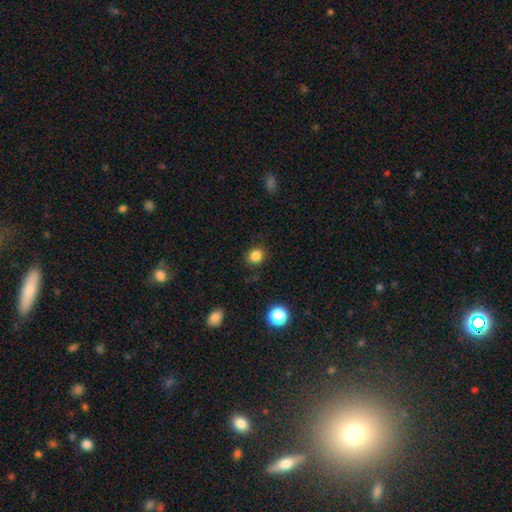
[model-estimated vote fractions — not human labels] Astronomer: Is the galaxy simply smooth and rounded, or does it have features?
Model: smooth — 83%.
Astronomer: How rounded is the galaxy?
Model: round — 78%.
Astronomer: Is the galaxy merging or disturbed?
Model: none — 85%.